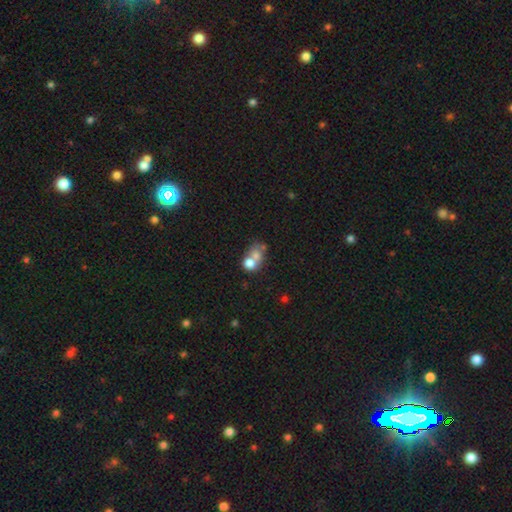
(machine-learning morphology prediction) smooth-or-featured: smooth: 67% | featured or disk: 22% | star or artifact: 11%
  how-rounded: round: 58% | in between: 40% | cigar-shaped: 1%
  merging: merger: 64% | none: 23% | minor disturbance: 8% | major disturbance: 6%